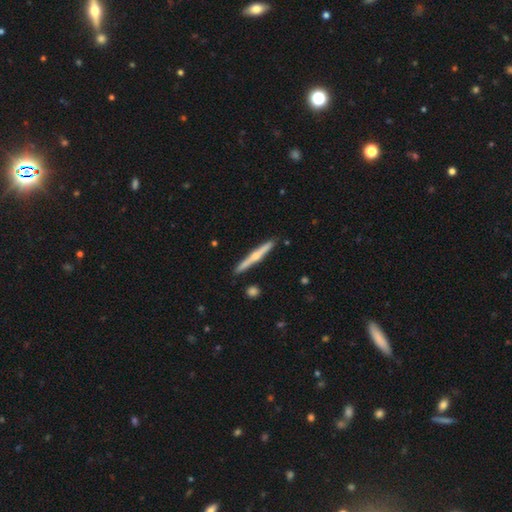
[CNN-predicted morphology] Smooth or featured: featured or disk — 66% (smooth — 28%)
Edge-on disk: yes — 98% (no — 2%)
Edge-on bulge: rounded — 84% (none — 12%)
Merging: none — 90% (minor disturbance — 7%)